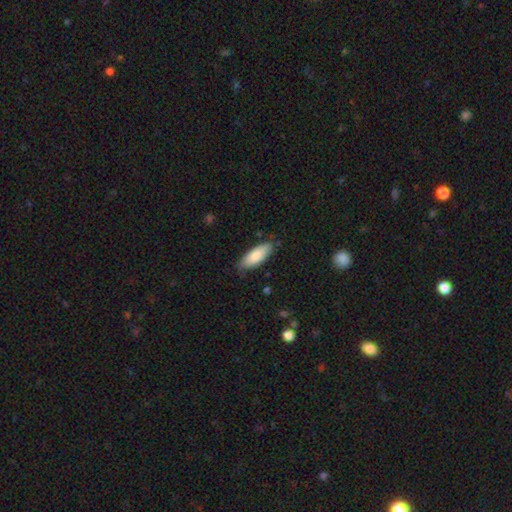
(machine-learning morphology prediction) Smooth or featured? Predicted: smooth (p=0.82). How rounded? Predicted: in between (p=0.75). Merging? Predicted: none (p=0.78).